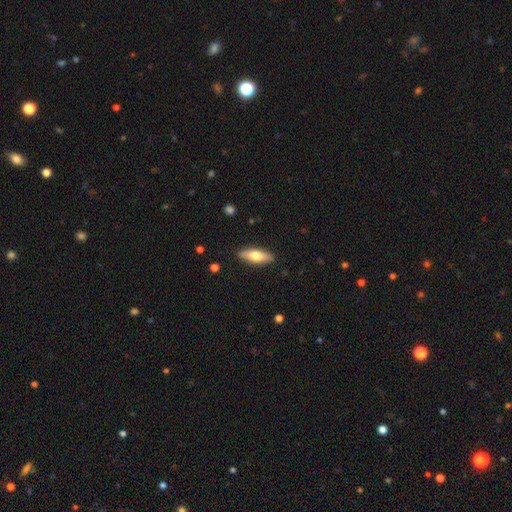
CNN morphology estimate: Smooth or featured?
  - smooth: 65% *
  - featured or disk: 30%
  - star or artifact: 6%
How rounded?
  - in between: 58% *
  - cigar-shaped: 39%
  - round: 2%
Merging?
  - none: 89% *
  - minor disturbance: 8%
  - major disturbance: 2%
  - merger: 1%